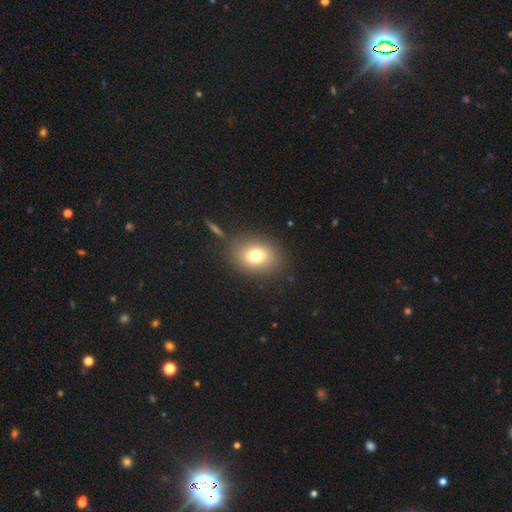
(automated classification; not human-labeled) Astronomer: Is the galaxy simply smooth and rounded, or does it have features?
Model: smooth — 76%.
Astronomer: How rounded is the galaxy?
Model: in between — 59% (runner-up: round, 40%).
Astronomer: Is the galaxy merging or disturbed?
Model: none — 82%.